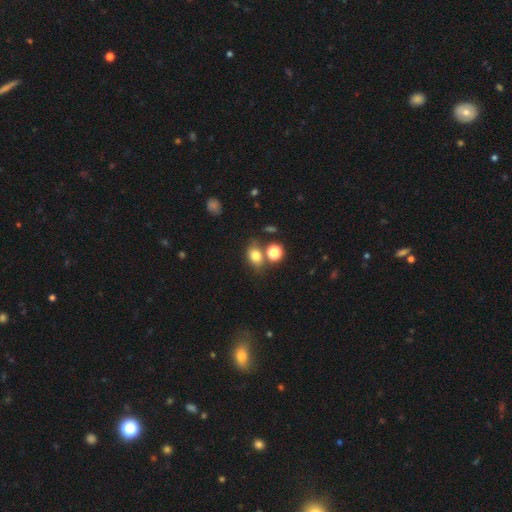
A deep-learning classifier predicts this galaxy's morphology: The model was most divided on "how rounded": in between: 63%, round: 35%, cigar-shaped: 2%. More confident: smooth or featured — smooth (77%); merging — none (61%).